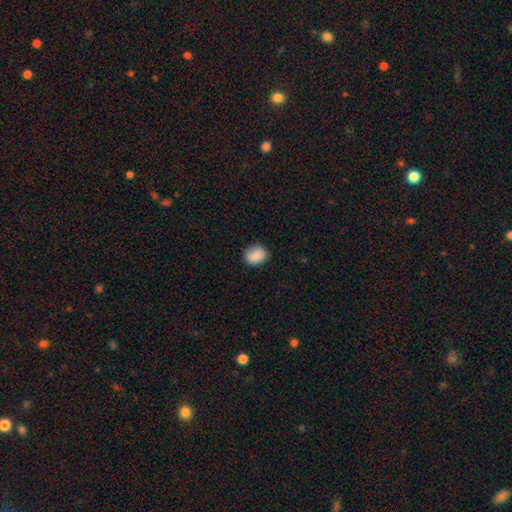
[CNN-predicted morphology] smooth 87%, star or artifact 8%, featured or disk 5%. Down the decision tree: how rounded — round (63%); merging — none (82%).